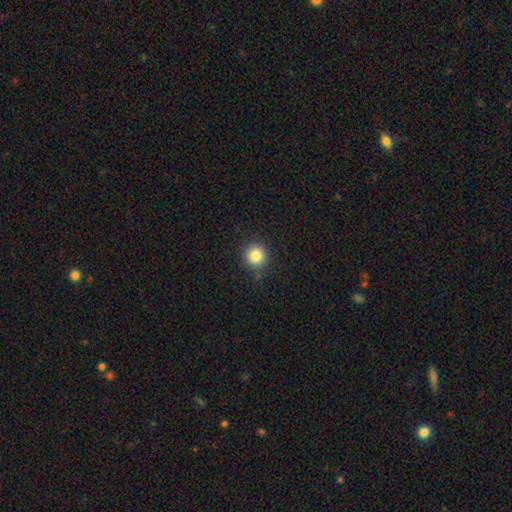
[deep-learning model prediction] This is clearly a smooth galaxy (84%). How rounded: clearly round (94%). Merging: clearly none (88%).